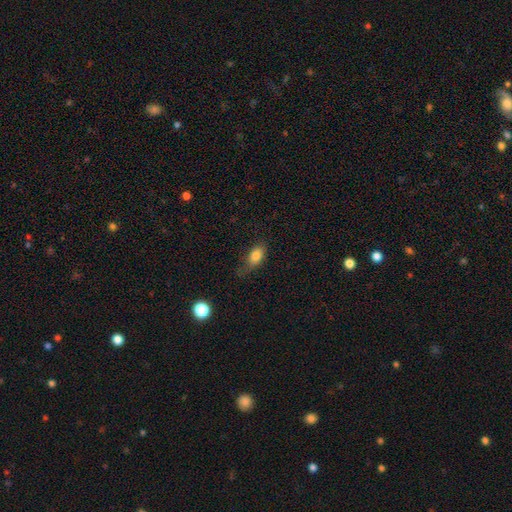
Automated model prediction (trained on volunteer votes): Smooth or featured?
  - smooth: 82% *
  - featured or disk: 10%
  - star or artifact: 9%
How rounded?
  - in between: 85% *
  - round: 9%
  - cigar-shaped: 6%
Merging?
  - none: 50% *
  - minor disturbance: 31%
  - major disturbance: 16%
  - merger: 2%